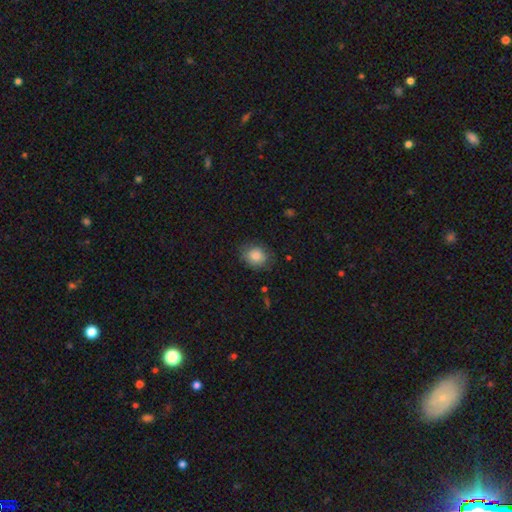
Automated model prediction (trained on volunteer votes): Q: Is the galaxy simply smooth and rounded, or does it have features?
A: smooth — 84%.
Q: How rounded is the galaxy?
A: round — 66%.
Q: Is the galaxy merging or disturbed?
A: none — 77%.